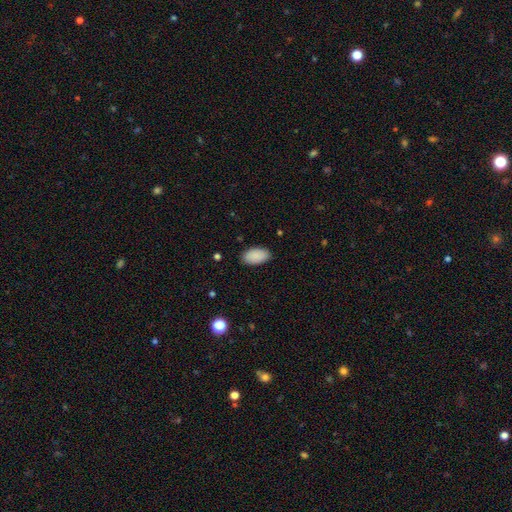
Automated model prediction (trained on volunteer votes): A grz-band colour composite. It shows a smooth galaxy with no disk features (90%) that is in between round and cigar-shaped (95%). Merging: none (87%).